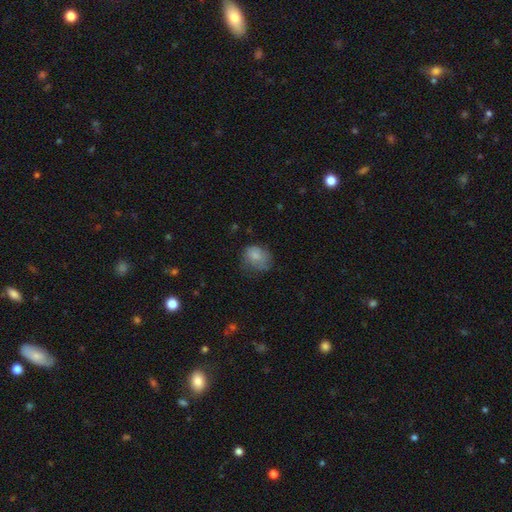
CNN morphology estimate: A smooth galaxy with no disk features (75%) that is in between round and cigar-shaped (50%). Merging: none (51%).